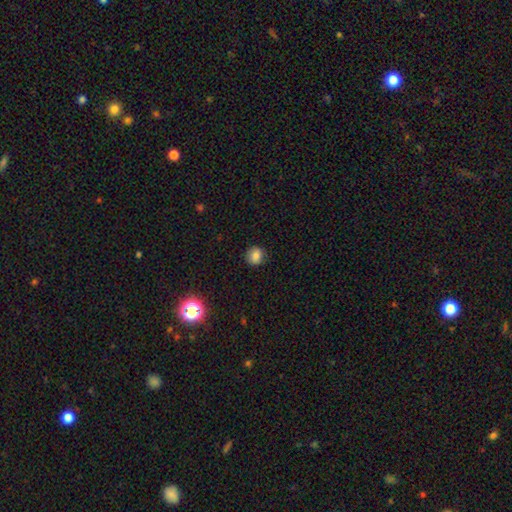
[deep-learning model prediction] Overall: smooth (82%). How rounded: round (87%). Merging: none (87%).